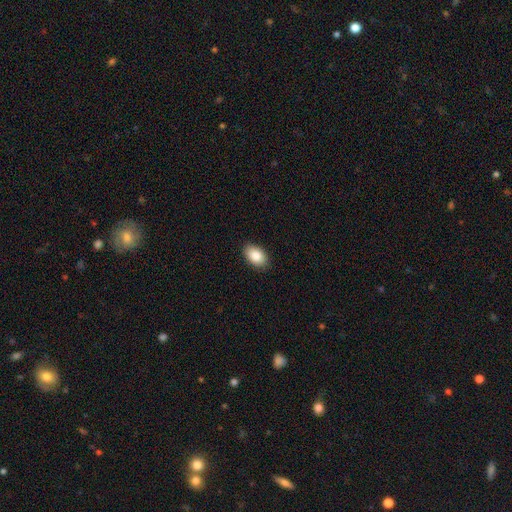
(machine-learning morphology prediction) smooth-or-featured: smooth: 86% | star or artifact: 7% | featured or disk: 7%
  how-rounded: in between: 90% | round: 8% | cigar-shaped: 1%
  merging: none: 89% | minor disturbance: 8% | major disturbance: 2% | merger: 1%